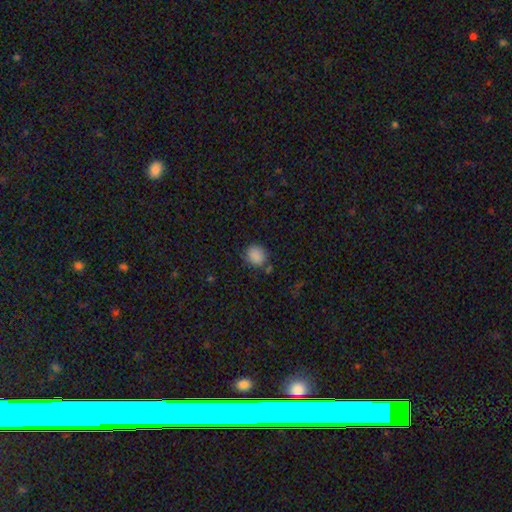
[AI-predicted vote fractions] Q: Smooth or featured?
A: smooth (86%); runner-up: star or artifact (10%)
Q: How rounded?
A: round (69%); runner-up: in between (30%)
Q: Merging?
A: none (74%); runner-up: minor disturbance (17%)